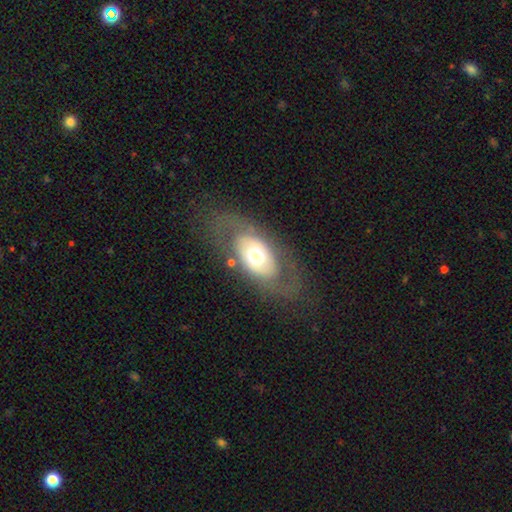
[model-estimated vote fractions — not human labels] This appears to be a featured or disk galaxy (50%). Merging: none (72%).